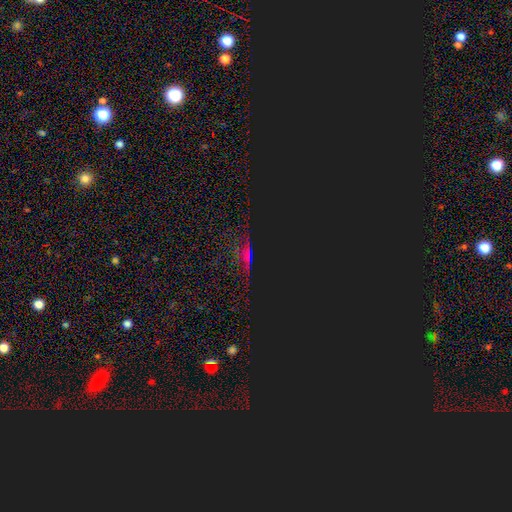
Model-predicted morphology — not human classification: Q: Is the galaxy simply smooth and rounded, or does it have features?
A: star or artifact — 75%.